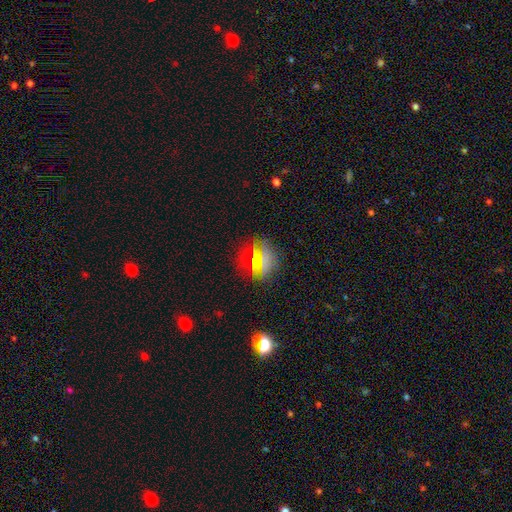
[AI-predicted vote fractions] Overall: smooth (47%; star or artifact 39%). Merging: none (83%).